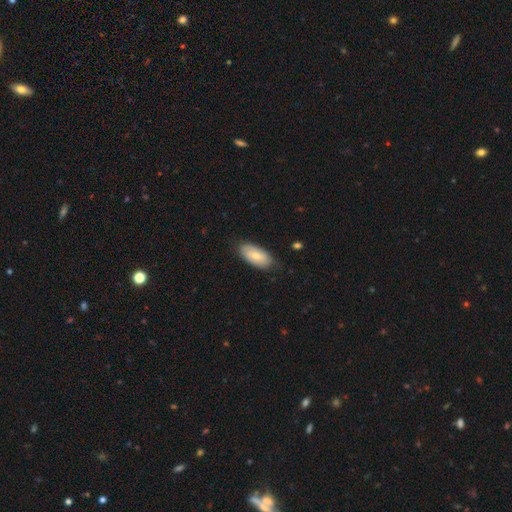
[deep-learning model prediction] Smooth or featured? smooth (69%)
How rounded? in between (93%)
Merging? none (78%)